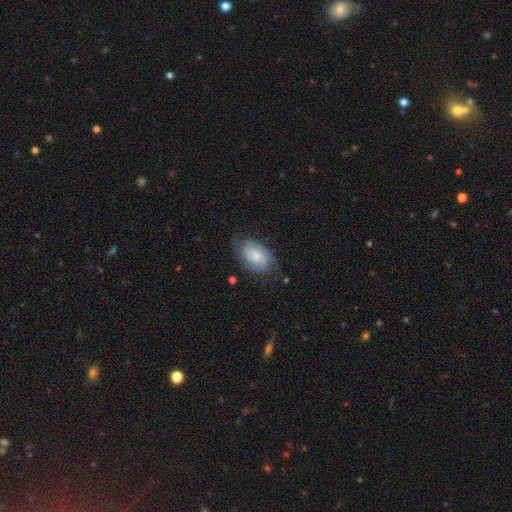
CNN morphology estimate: Smooth or featured?
  - featured or disk: 55% *
  - smooth: 38%
  - star or artifact: 7%
Edge-on disk?
  - no: 96% *
  - yes: 4%
Bar?
  - no: 68% *
  - weak: 27%
  - strong: 4%
Spiral arms?
  - yes: 87% *
  - no: 13%
Bulge size?
  - small: 52% *
  - moderate: 36%
  - none: 7%
  - large: 4%
  - dominant: 1%
Merging?
  - none: 64% *
  - minor disturbance: 25%
  - major disturbance: 10%
  - merger: 1%